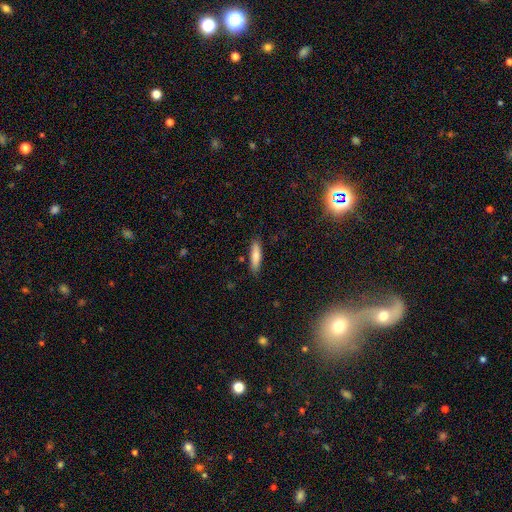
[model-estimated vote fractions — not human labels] smooth-or-featured: smooth: 79% | featured or disk: 15% | star or artifact: 7%
  how-rounded: cigar-shaped: 72% | in between: 27% | round: 2%
  merging: none: 85% | minor disturbance: 11% | major disturbance: 2% | merger: 2%